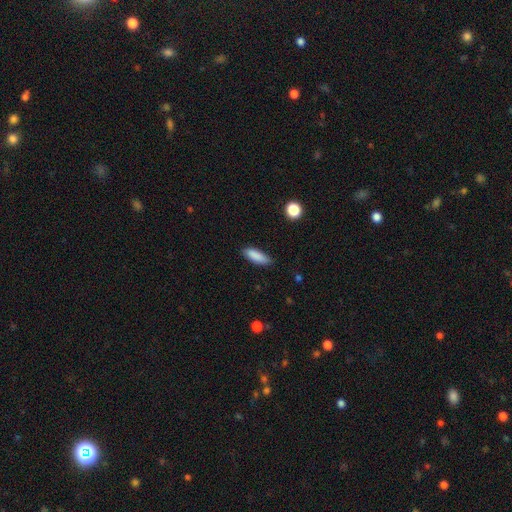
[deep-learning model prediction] Smooth or featured?
  - smooth: 87% *
  - star or artifact: 7%
  - featured or disk: 6%
How rounded?
  - in between: 56% *
  - cigar-shaped: 42%
  - round: 2%
Merging?
  - none: 82% *
  - minor disturbance: 14%
  - major disturbance: 2%
  - merger: 1%